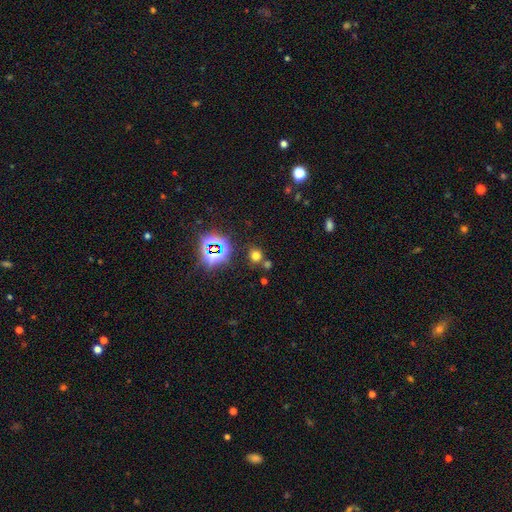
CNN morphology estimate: Smooth or featured?
  - smooth: 60% *
  - star or artifact: 33%
  - featured or disk: 7%
How rounded?
  - round: 83% *
  - in between: 16%
  - cigar-shaped: 1%
Merging?
  - none: 73% *
  - merger: 14%
  - minor disturbance: 9%
  - major disturbance: 4%